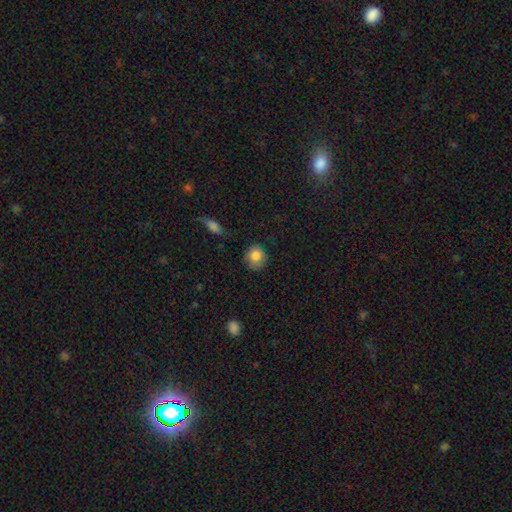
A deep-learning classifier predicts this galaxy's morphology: Q: Smooth or featured?
A: smooth (82%); runner-up: featured or disk (10%)
Q: How rounded?
A: round (84%); runner-up: in between (15%)
Q: Merging?
A: none (77%); runner-up: minor disturbance (17%)